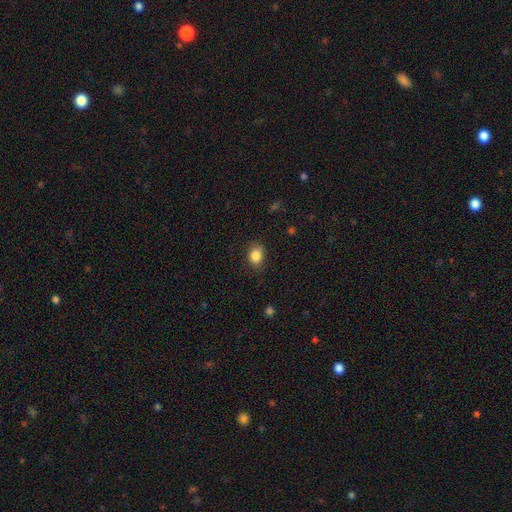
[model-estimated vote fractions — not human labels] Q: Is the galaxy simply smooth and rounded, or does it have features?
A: smooth — 86%.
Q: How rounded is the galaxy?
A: in between — 59%.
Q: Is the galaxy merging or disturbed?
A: none — 81%.